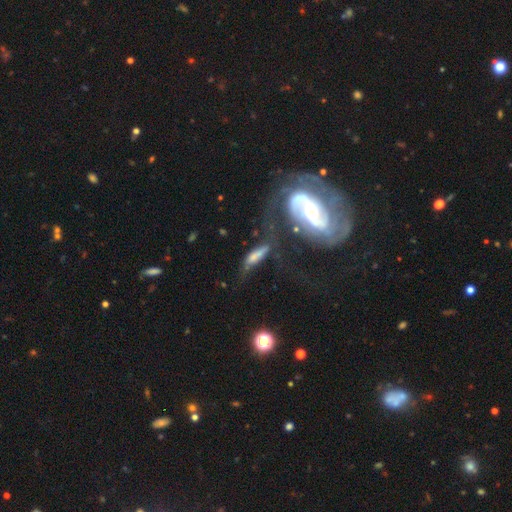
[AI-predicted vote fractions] Overall: smooth (47%; featured or disk 42%). Merging: none (41%; minor disturbance 26%).